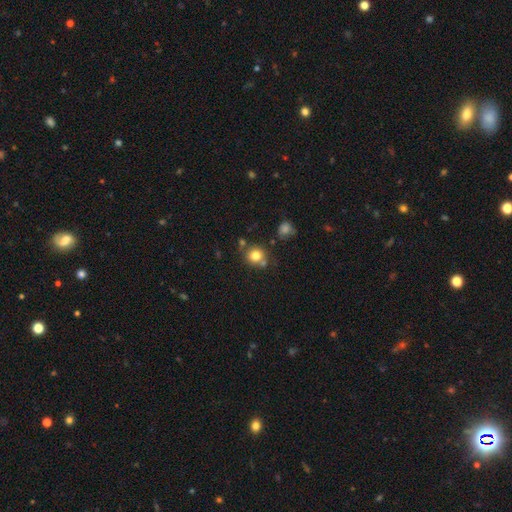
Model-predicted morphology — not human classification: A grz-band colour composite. It shows a smooth galaxy with no disk features (79%) that is round (87%). Merging: none (69%).